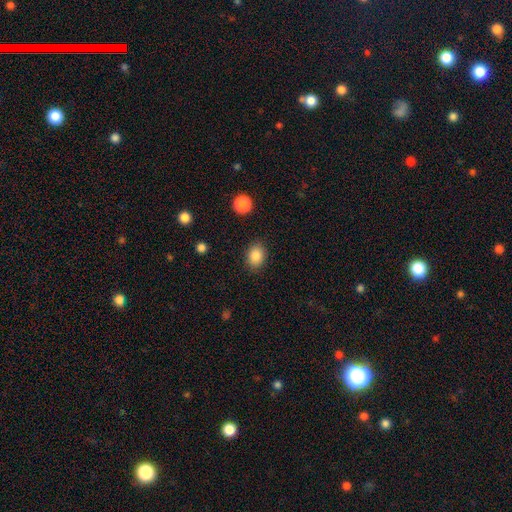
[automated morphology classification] A smooth galaxy with no disk features (86%) that is in between round and cigar-shaped (60%).

Vote fractions:
- Smooth or featured? smooth: 86% / star or artifact: 9% / featured or disk: 5%
- How rounded? in between: 60% / round: 39% / cigar-shaped: 1%
- Merging? none: 87% / minor disturbance: 9% / major disturbance: 3% / merger: 1%